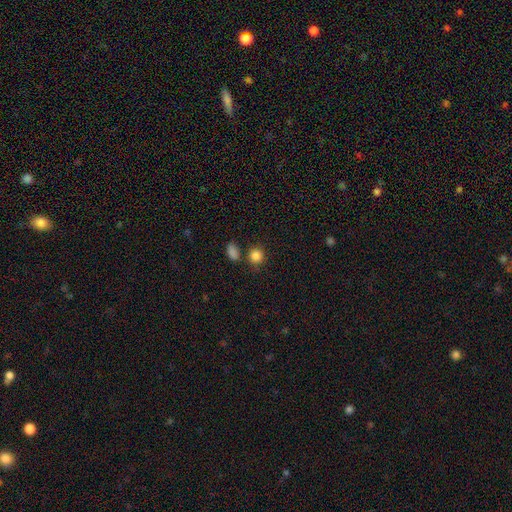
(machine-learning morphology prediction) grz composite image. It shows a smooth galaxy with no disk features (85%) that is round (85%). Merging: none (74%).